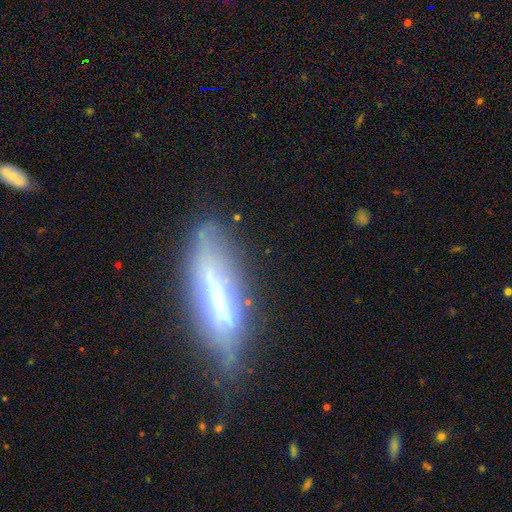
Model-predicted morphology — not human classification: Smooth or featured?
  - featured or disk: 53% *
  - smooth: 38%
  - star or artifact: 9%
Edge-on disk?
  - yes: 64% *
  - no: 36%
Merging?
  - none: 63% *
  - minor disturbance: 25%
  - major disturbance: 9%
  - merger: 3%